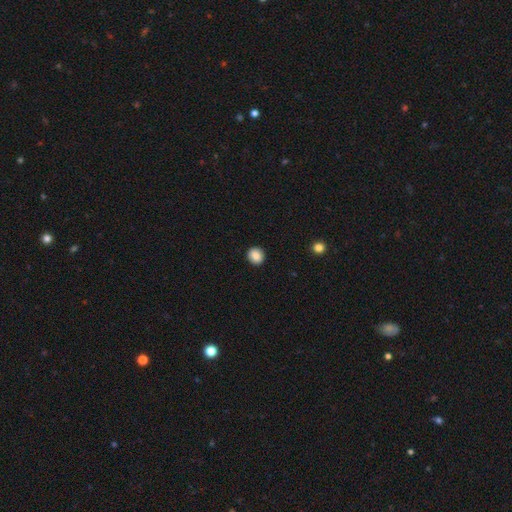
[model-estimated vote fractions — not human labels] Smooth or featured? smooth (86%)
How rounded? round (89%)
Merging? none (92%)